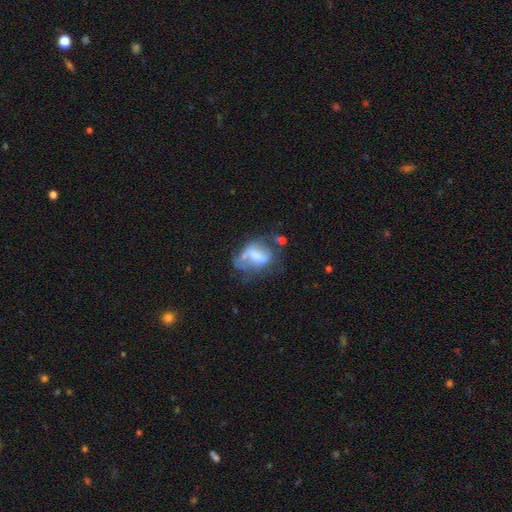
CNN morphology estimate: Overall: smooth (47%; featured or disk 44%). Merging: major disturbance (32%; none 26%).